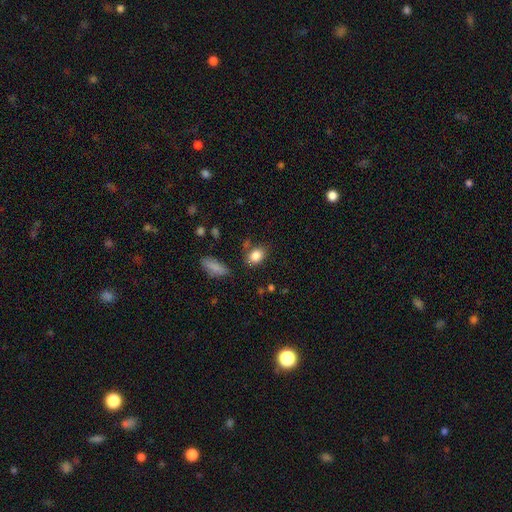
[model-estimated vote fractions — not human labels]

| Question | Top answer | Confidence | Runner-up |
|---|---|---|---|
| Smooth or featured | smooth | 84% | star or artifact (9%) |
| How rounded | in between | 75% | round (24%) |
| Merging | none | 74% | minor disturbance (16%) |